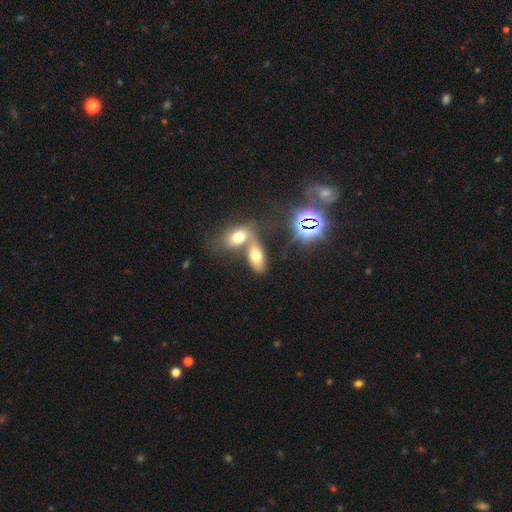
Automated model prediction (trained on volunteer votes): smooth-or-featured: smooth: 63% | featured or disk: 21% | star or artifact: 16%
  how-rounded: in between: 88% | round: 7% | cigar-shaped: 5%
  merging: merger: 56% | none: 31% | minor disturbance: 8% | major disturbance: 5%